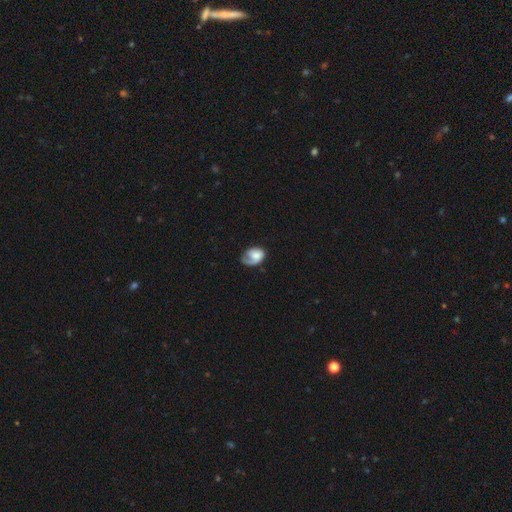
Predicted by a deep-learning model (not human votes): Smooth or featured? Predicted: smooth (p=0.49). Merging? Predicted: none (p=0.37).